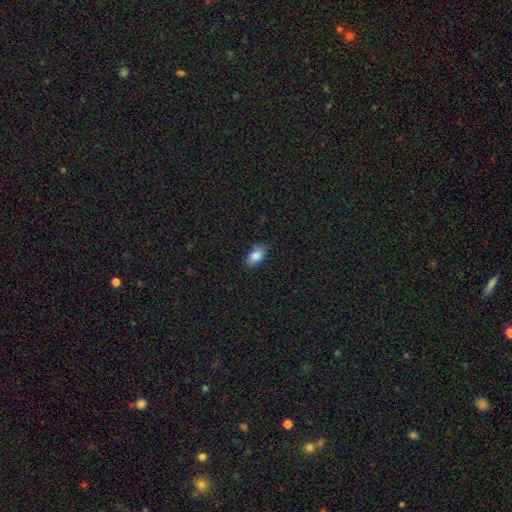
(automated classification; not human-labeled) smooth 87%, star or artifact 8%, featured or disk 6%. Down the decision tree: how rounded — in between (91%); merging — none (84%).